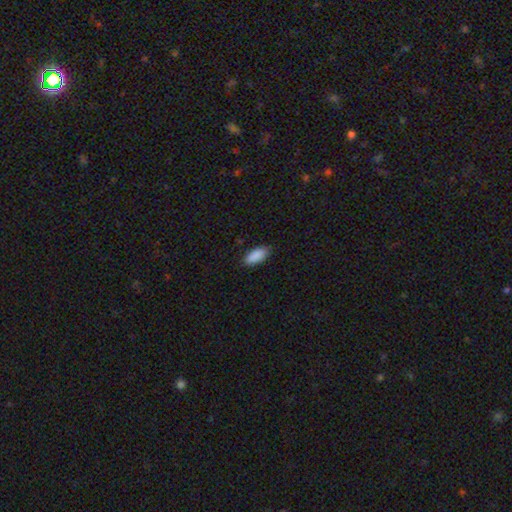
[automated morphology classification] A smooth galaxy with no disk features (90%) that is in between round and cigar-shaped (88%).

Vote fractions:
- Smooth or featured? smooth: 90% / star or artifact: 6% / featured or disk: 3%
- How rounded? in between: 88% / cigar-shaped: 10% / round: 2%
- Merging? none: 85% / minor disturbance: 12% / major disturbance: 2% / merger: 1%